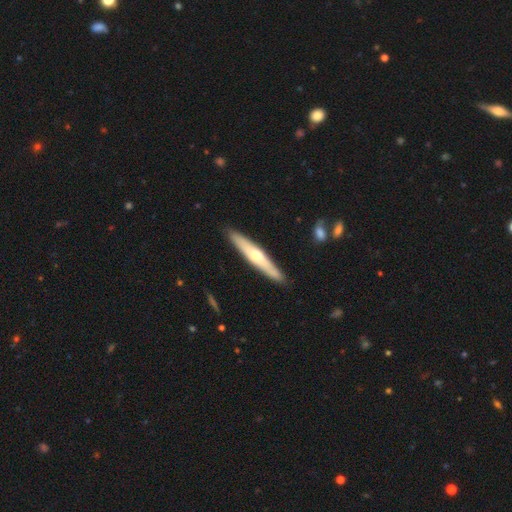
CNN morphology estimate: A featured or disk galaxy (53%) viewed edge-on (91%).

Vote fractions:
- Smooth or featured? featured or disk: 53% / smooth: 42% / star or artifact: 5%
- Edge-on disk? yes: 91% / no: 9%
- Merging? none: 89% / minor disturbance: 8% / major disturbance: 2% / merger: 1%